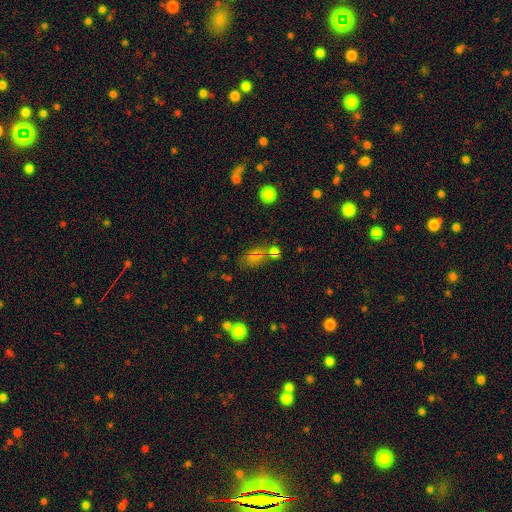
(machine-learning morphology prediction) smooth-or-featured: smooth: 63% | star or artifact: 23% | featured or disk: 14%
  how-rounded: in between: 79% | round: 16% | cigar-shaped: 5%
  merging: none: 50% | merger: 21% | minor disturbance: 18% | major disturbance: 11%